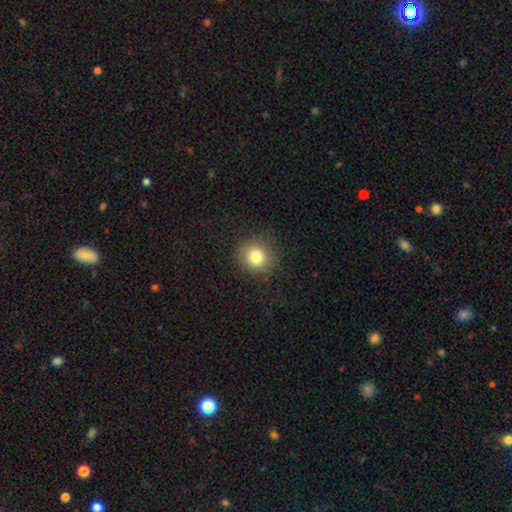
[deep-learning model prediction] This appears to be a smooth galaxy with no disk features (80%) that is round (89%). Merging: none (88%).